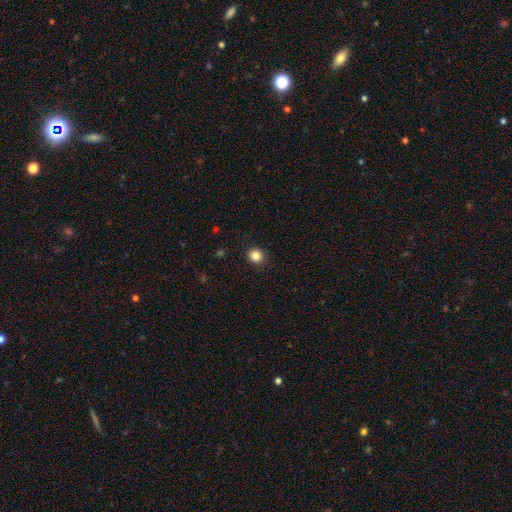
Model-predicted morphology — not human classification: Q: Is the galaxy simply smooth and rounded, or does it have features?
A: smooth — 84%.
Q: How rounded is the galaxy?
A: round — 83%.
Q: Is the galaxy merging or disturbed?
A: none — 91%.